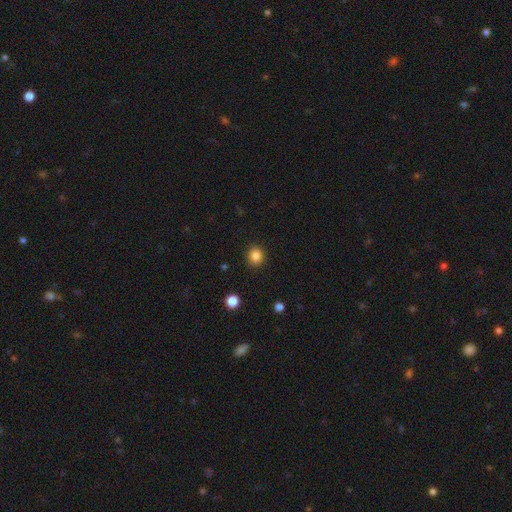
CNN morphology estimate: smooth 85%, star or artifact 11%, featured or disk 4%. Down the decision tree: how rounded — round (83%); merging — none (90%).